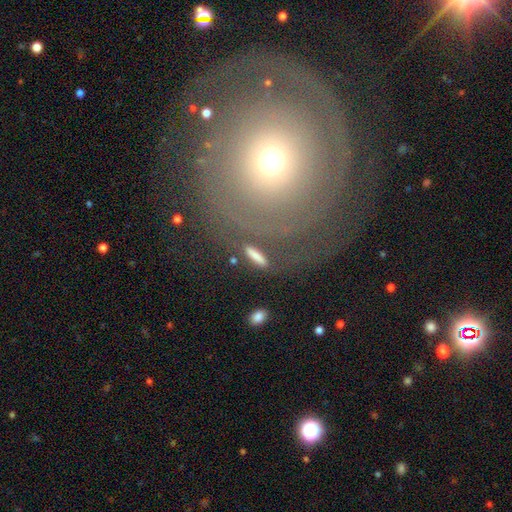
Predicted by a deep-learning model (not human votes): This is likely a smooth galaxy (76%). How rounded: likely cigar-shaped (69%). Merging: likely none (77%).